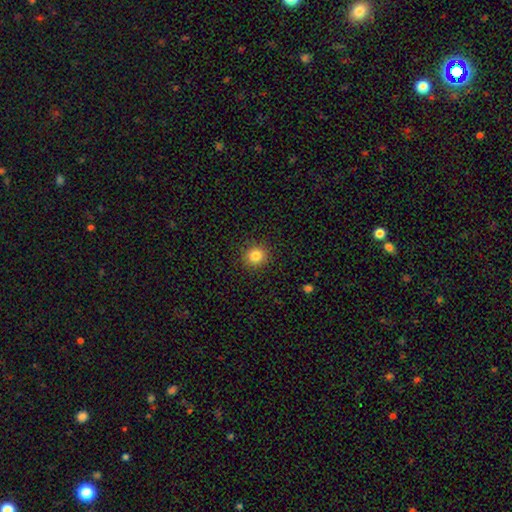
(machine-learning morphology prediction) A smooth galaxy with no disk features (83%) that is round (90%). Merging: none (91%).